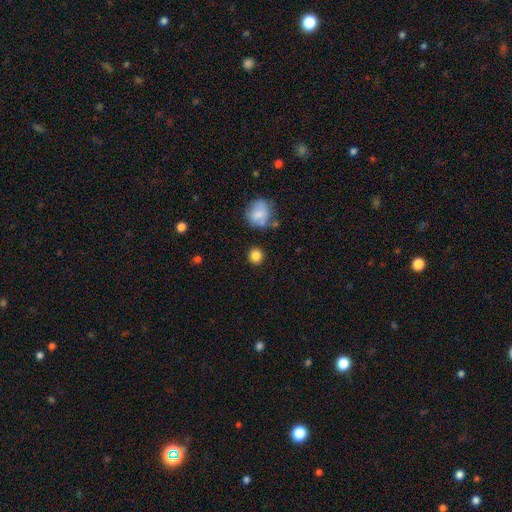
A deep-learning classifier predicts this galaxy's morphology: type=smooth (85%); roundness=round (90%); merging=none (86%).